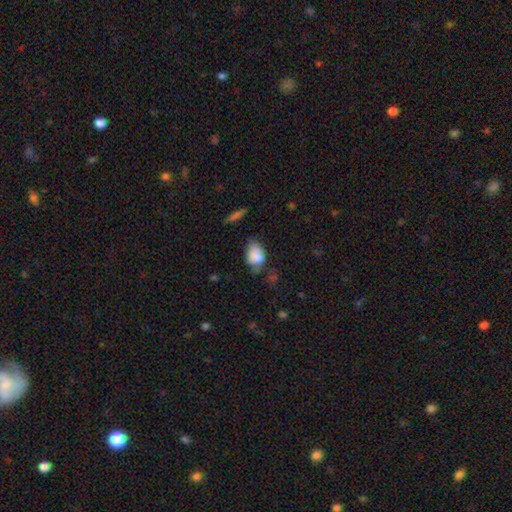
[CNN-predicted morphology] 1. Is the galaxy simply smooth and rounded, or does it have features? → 82% smooth, 9% featured or disk, 8% star or artifact.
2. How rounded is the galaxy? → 83% in between, 15% round, 1% cigar-shaped.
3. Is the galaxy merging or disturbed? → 43% none, 37% minor disturbance, 15% major disturbance, 6% merger.